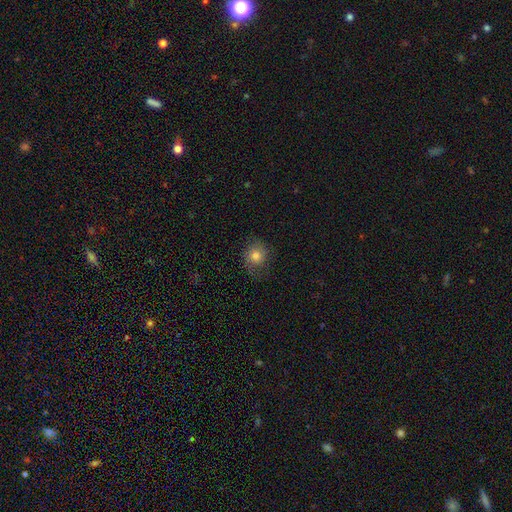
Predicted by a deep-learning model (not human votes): smooth 77%, featured or disk 13%, star or artifact 10%. Down the decision tree: how rounded — round (79%); merging — none (69%).